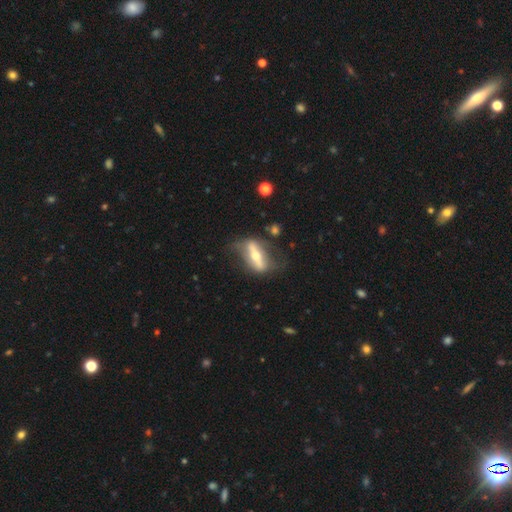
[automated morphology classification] Smooth or featured?
  - featured or disk: 72% *
  - smooth: 22%
  - star or artifact: 6%
Edge-on disk?
  - no: 50% * (tied)
  - yes: 50% * (tied)
Merging?
  - none: 56% *
  - minor disturbance: 21%
  - major disturbance: 19%
  - merger: 4%